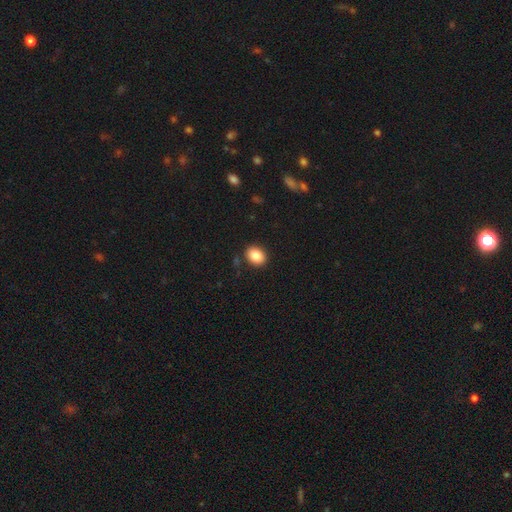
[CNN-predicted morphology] Smooth or featured? Predicted: smooth (p=0.87). How rounded? Predicted: in between (p=0.62). Merging? Predicted: none (p=0.87).